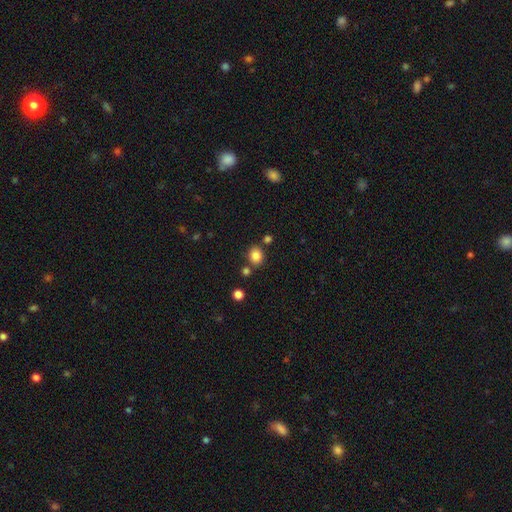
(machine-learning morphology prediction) type=smooth (84%); roundness=round (58%); merging=none (75%).